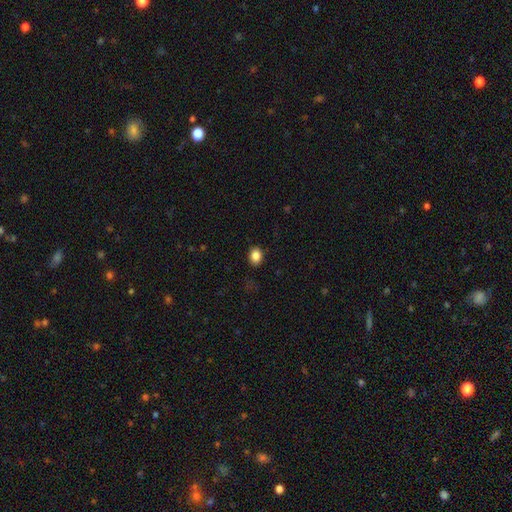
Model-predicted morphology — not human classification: This is clearly a smooth galaxy (86%). How rounded: possibly in between (53%). Merging: clearly none (88%).